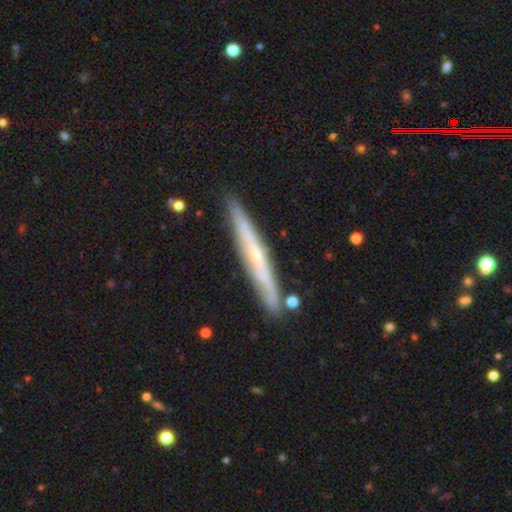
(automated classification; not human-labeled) Overall: featured or disk (66%; smooth 28%). Edge-on disk: yes (91%). Edge-on bulge: none (51%; rounded 46%). Merging: none (86%).